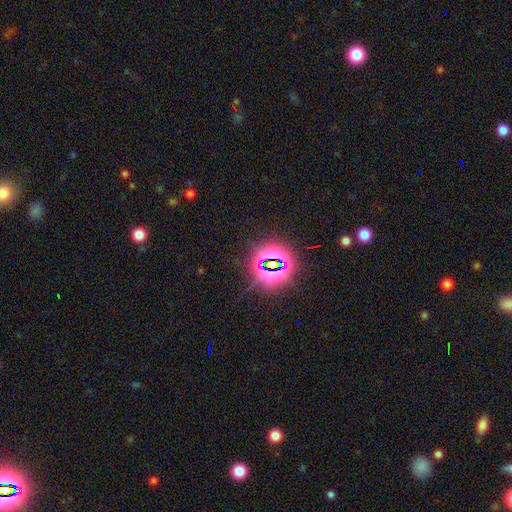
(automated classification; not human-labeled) Morphology: type=star or artifact (79%).